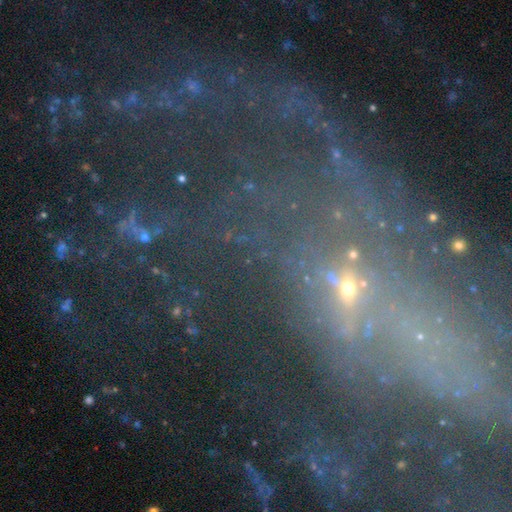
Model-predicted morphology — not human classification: type=featured or disk (44%); merging=none (49%).